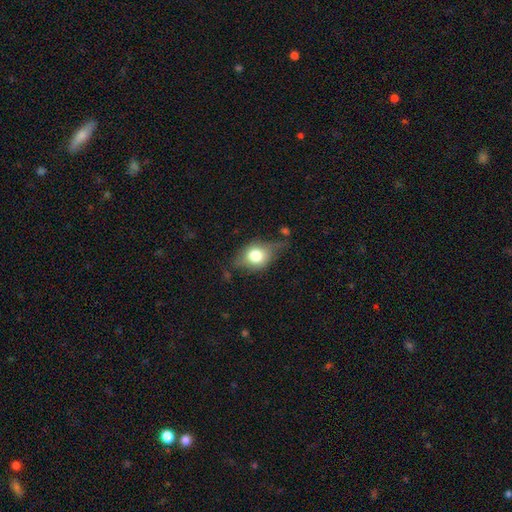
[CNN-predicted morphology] smooth-or-featured: smooth: 67% | featured or disk: 24% | star or artifact: 9%
  how-rounded: in between: 53% | round: 45% | cigar-shaped: 2%
  merging: none: 51% | minor disturbance: 32% | major disturbance: 13% | merger: 4%